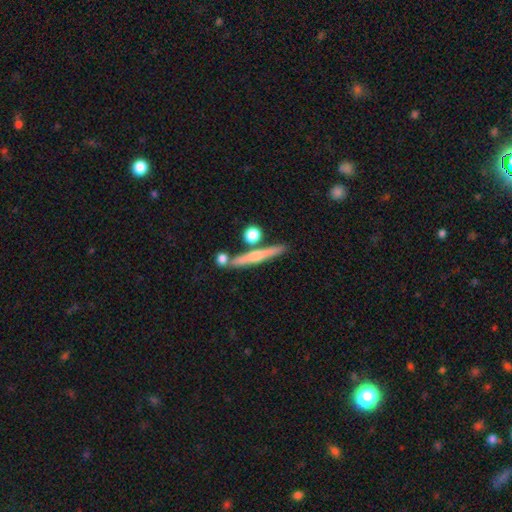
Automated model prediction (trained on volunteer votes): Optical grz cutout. It shows a featured or disk galaxy (58%) viewed edge-on (94%) with a rounded central bulge (61%). Merging: none (77%).